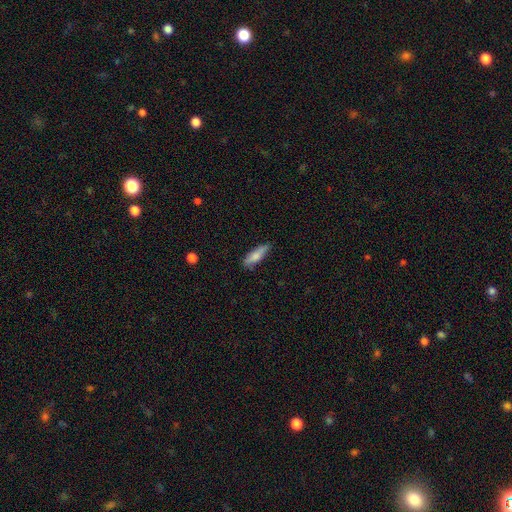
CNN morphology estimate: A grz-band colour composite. It shows a smooth galaxy with no disk features (77%) that is cigar-shaped (61%). Merging: none (79%).